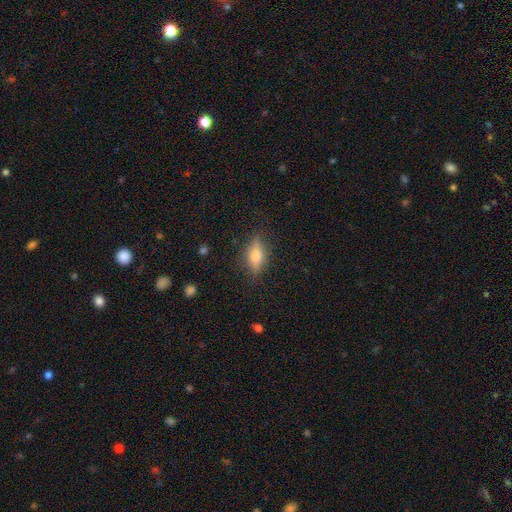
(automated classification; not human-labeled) Q: Smooth or featured?
A: featured or disk (46%); runner-up: smooth (45%)
Q: Merging?
A: none (83%); runner-up: minor disturbance (13%)